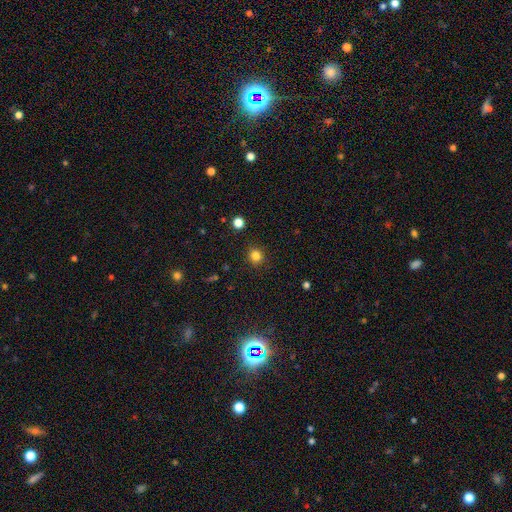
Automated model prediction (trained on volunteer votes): This is clearly a smooth galaxy (82%). How rounded: clearly round (89%). Merging: clearly none (90%).